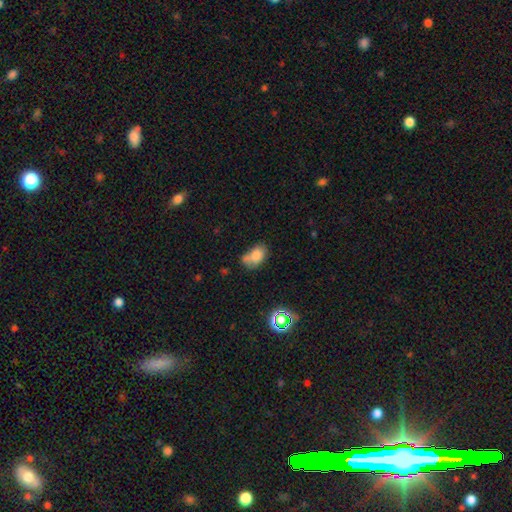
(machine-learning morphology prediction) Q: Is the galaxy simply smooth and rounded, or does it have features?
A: smooth — 76%.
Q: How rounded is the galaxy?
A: in between — 82%.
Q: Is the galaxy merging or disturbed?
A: none — 38%.